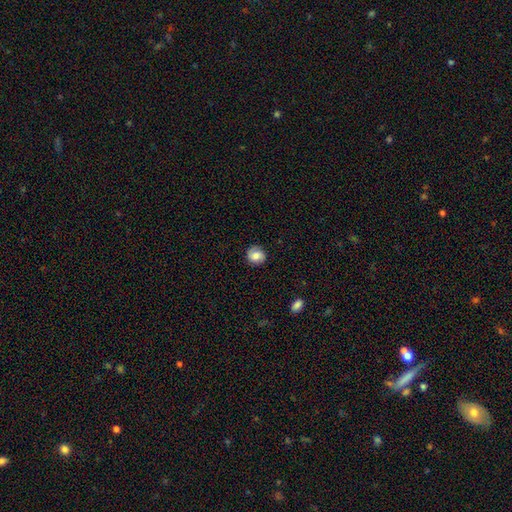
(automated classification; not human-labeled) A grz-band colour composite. It shows a smooth galaxy with no disk features (71%) that is round (83%). Merging: none (84%).